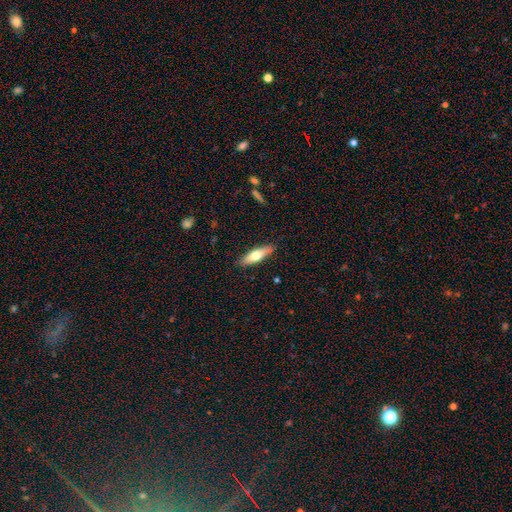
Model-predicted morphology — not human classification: This is likely a smooth galaxy (61%). How rounded: possibly cigar-shaped (57%). Merging: clearly none (87%).